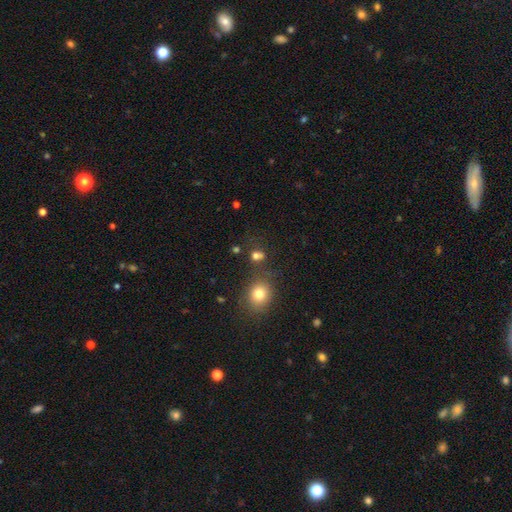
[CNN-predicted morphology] Smooth or featured: smooth — 71% (star or artifact — 20%)
How rounded: round — 73% (in between — 26%)
Merging: none — 64% (merger — 18%)